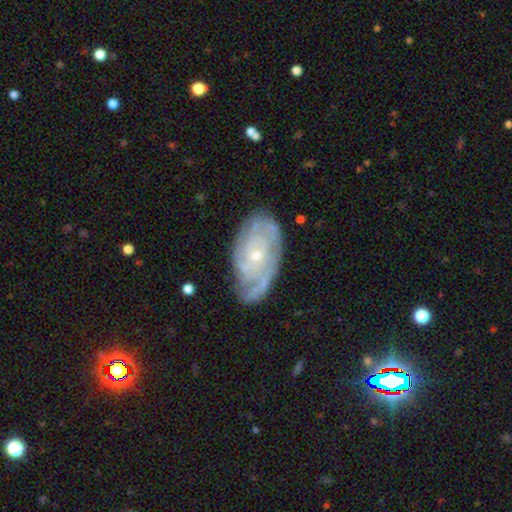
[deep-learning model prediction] smooth_or_featured: featured or disk (p=0.79) [alt: smooth p=0.15]
disk_edge_on: no (p=0.95) [alt: yes p=0.05]
bar: no (p=0.77) [alt: weak p=0.19]
has_spiral_arms: yes (p=0.90) [alt: no p=0.10]
spiral_winding: tight (p=0.67) [alt: medium p=0.25]
spiral_arm_count: can't tell (p=0.44) [alt: 2 p=0.21]
bulge_size: small (p=0.71) [alt: moderate p=0.25]
merging: none (p=0.67) [alt: minor disturbance p=0.23]